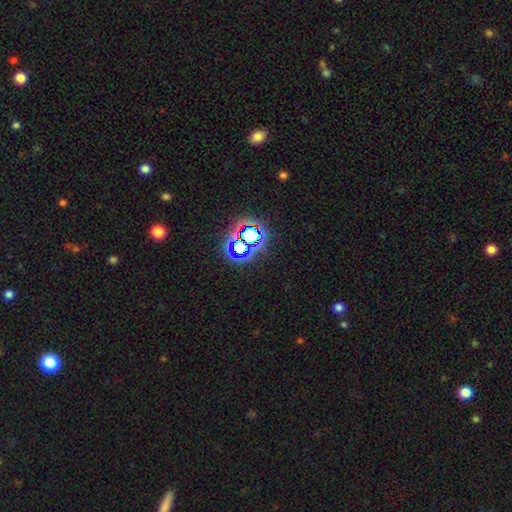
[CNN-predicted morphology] type=star or artifact (66%).